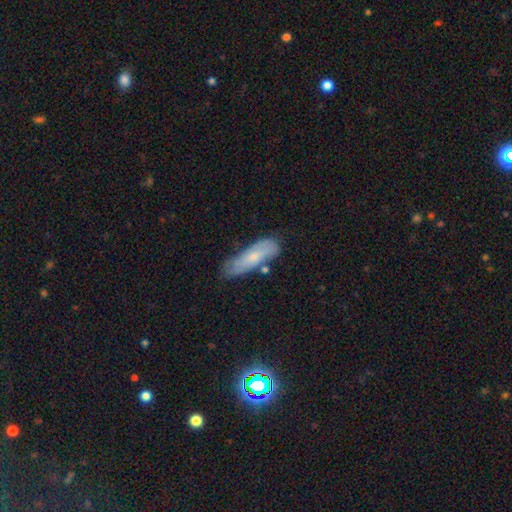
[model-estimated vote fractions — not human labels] smooth 68%, featured or disk 25%, star or artifact 7%. Down the decision tree: how rounded — cigar-shaped (58%); merging — none (64%).